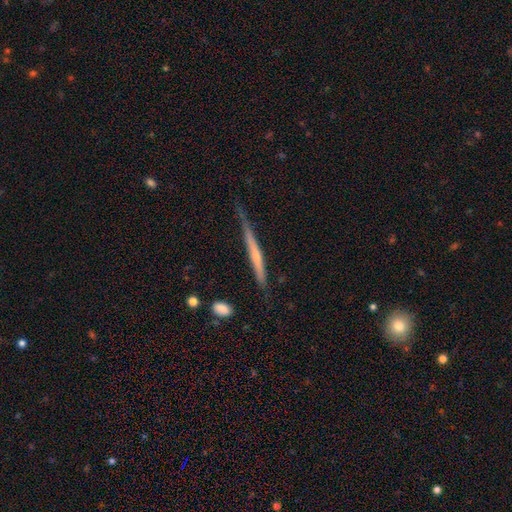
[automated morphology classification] Q: Smooth or featured?
A: featured or disk (69%); runner-up: smooth (23%)
Q: Edge-on disk?
A: yes (97%); runner-up: no (3%)
Q: Edge-on bulge?
A: rounded (48%); runner-up: none (43%)
Q: Merging?
A: none (82%); runner-up: minor disturbance (14%)